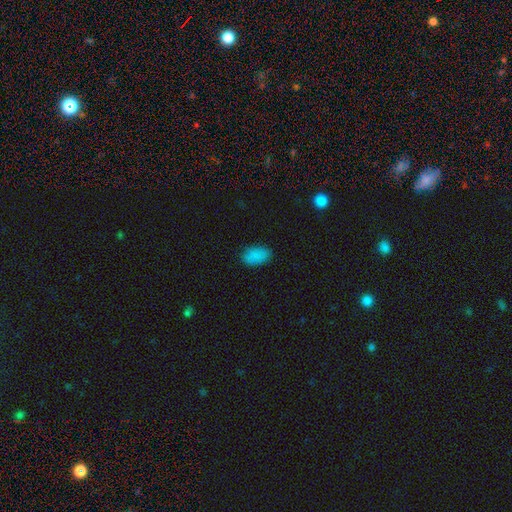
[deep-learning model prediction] This is clearly a smooth galaxy (86%). How rounded: clearly in between (93%). Merging: clearly none (85%).